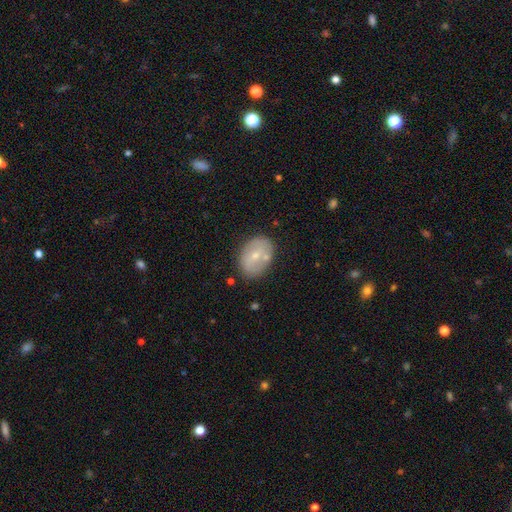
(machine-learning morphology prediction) A smooth galaxy with no disk features (51%) that is in between round and cigar-shaped (74%). Merging: none (71%).